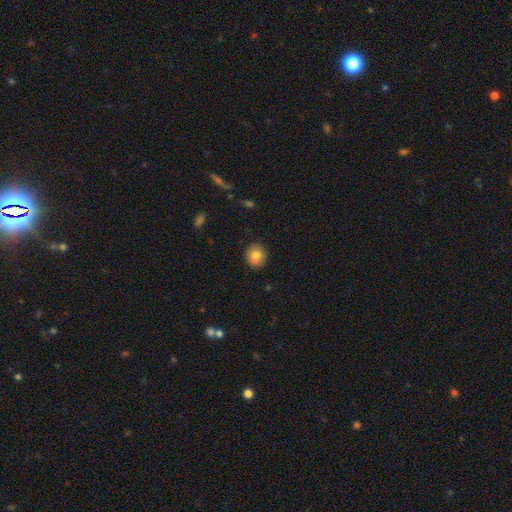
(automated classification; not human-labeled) This is likely a smooth galaxy (76%). How rounded: likely round (80%). Merging: likely none (72%).